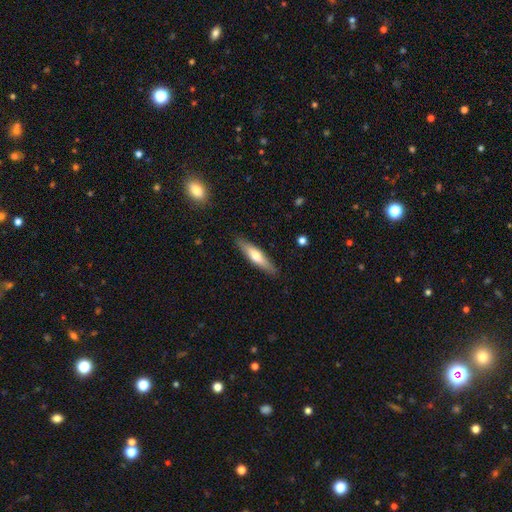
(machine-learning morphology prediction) A smooth galaxy with no disk features (55%) that is cigar-shaped (77%). Merging: none (88%).